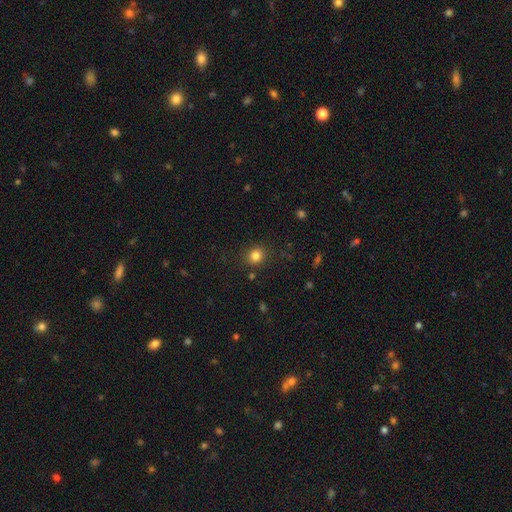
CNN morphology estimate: Smooth or featured? smooth (82%)
How rounded? round (83%)
Merging? none (87%)